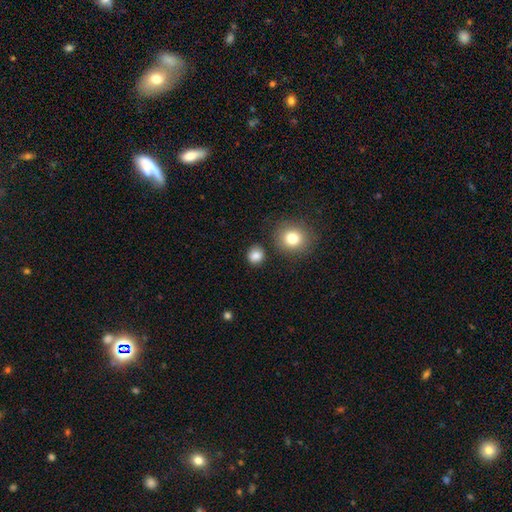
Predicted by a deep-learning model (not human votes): This is clearly a smooth galaxy (85%). How rounded: likely round (80%). Merging: clearly none (82%).